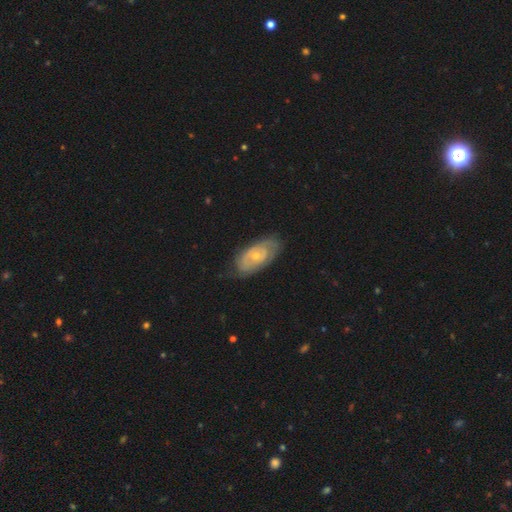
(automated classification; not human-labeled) Smooth or featured? Predicted: featured or disk (p=0.67). Edge-on disk? Predicted: no (p=0.93). Bar? Predicted: no (p=0.74). Spiral arms? Predicted: yes (p=0.71). Bulge size? Predicted: small (p=0.63). Merging? Predicted: none (p=0.72).